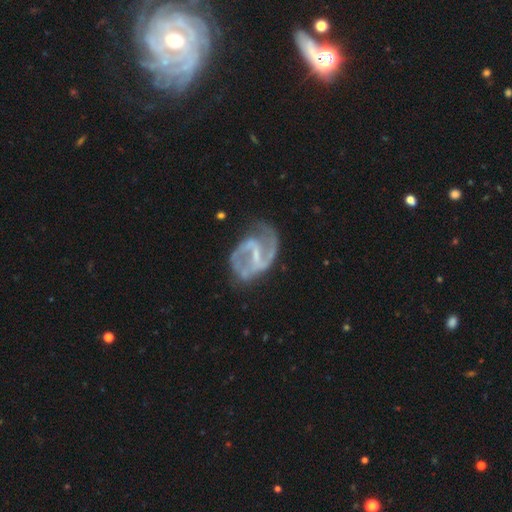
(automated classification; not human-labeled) smooth_or_featured: featured or disk (p=0.88) [alt: smooth p=0.06]
disk_edge_on: no (p=0.98) [alt: yes p=0.02]
bar: weak (p=0.48) [alt: strong p=0.37]
has_spiral_arms: yes (p=0.93) [alt: no p=0.07]
spiral_winding: medium (p=0.53) [alt: loose p=0.30]
spiral_arm_count: 2 (p=0.83) [alt: can't tell p=0.06]
bulge_size: small (p=0.51) [alt: none p=0.28]
merging: none (p=0.56) [alt: minor disturbance p=0.22]